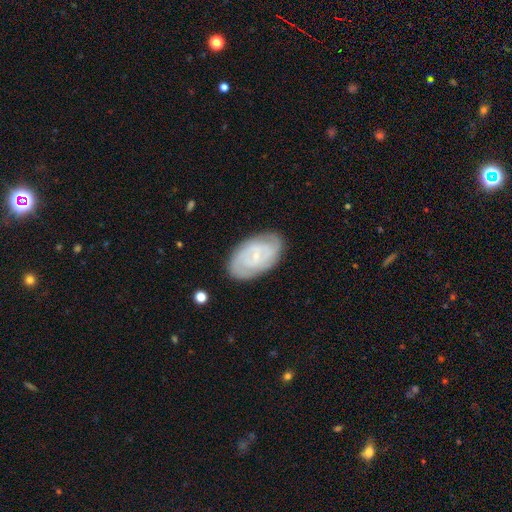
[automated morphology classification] A featured or disk galaxy (74%) with a weak bar (48%), 2 (48%) tight (61%) spiral arms (91%) and a small central bulge (78%). Merging: none (80%).